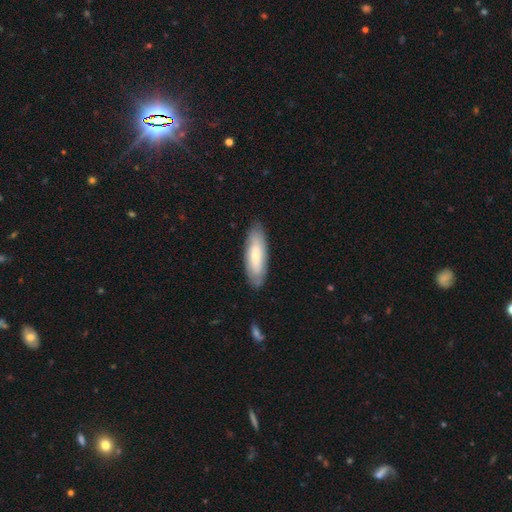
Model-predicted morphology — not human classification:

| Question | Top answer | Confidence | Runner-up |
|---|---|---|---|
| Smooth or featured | smooth | 65% | featured or disk (29%) |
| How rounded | in between | 59% | cigar-shaped (40%) |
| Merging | none | 83% | minor disturbance (13%) |